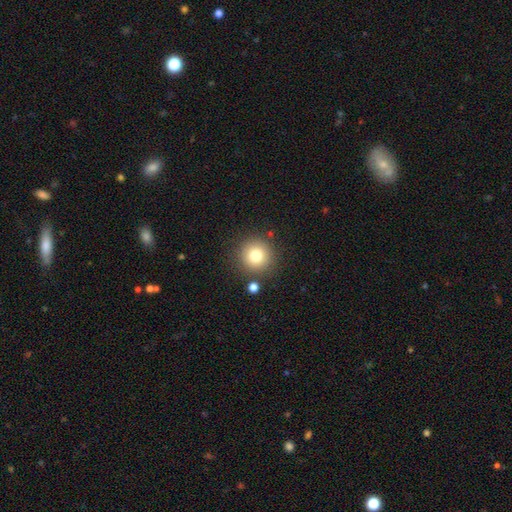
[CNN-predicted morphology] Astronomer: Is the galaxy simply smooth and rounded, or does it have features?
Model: smooth — 78%.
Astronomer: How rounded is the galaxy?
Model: round — 95%.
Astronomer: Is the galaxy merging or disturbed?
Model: none — 84%.